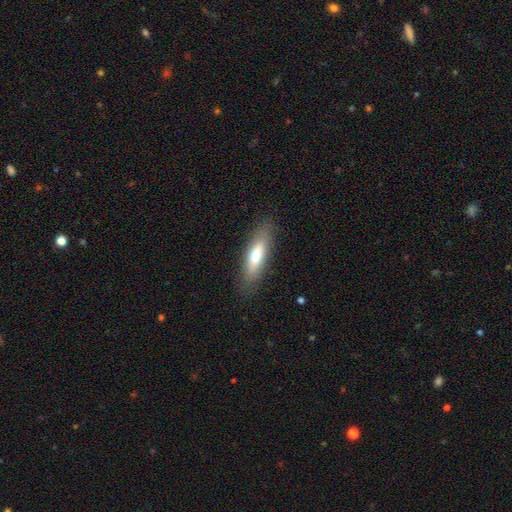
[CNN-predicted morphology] Overall: smooth (67%). How rounded: cigar-shaped (67%; in between 32%). Merging: none (86%).